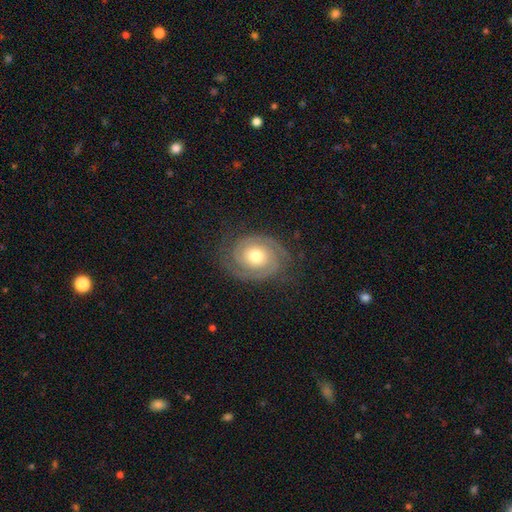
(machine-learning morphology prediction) This appears to be a featured or disk galaxy (87%) with no bar (78%), 2 (84%) tight (72%) spiral arms (97%) and a moderate central bulge (73%). Merging: none (81%).